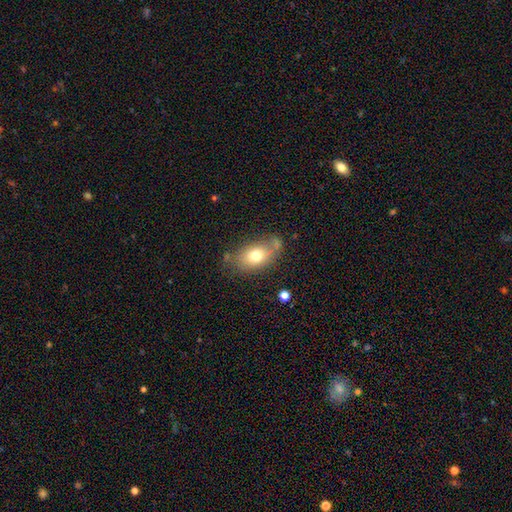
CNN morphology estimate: Smooth or featured? smooth (72%)
How rounded? in between (85%)
Merging? none (64%)